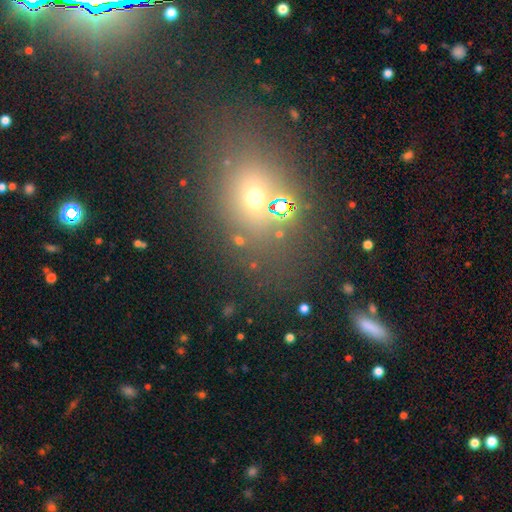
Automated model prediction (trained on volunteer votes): This is marginally a smooth galaxy (42%, tied with star or artifact). Merging: likely none (63%).